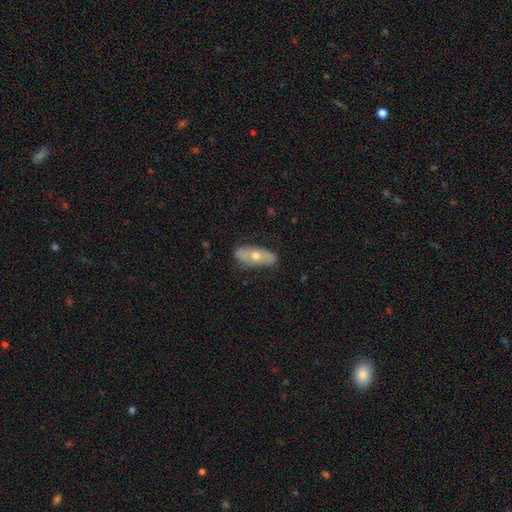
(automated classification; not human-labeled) Morphology: type=smooth (48%); merging=none (76%).